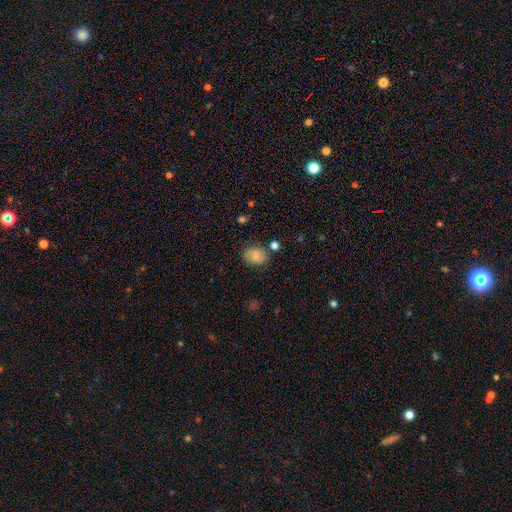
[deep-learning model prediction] smooth_or_featured: smooth (p=0.72) [alt: featured or disk p=0.19]
how_rounded: in between (p=0.55) [alt: round p=0.44]
merging: none (p=0.73) [alt: minor disturbance p=0.17]